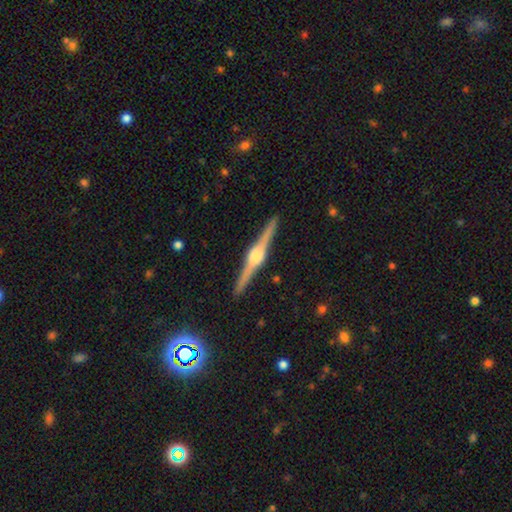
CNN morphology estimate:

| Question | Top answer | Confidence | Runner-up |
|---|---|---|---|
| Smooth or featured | featured or disk | 88% | smooth (7%) |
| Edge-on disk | yes | 99% | no (1%) |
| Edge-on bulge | rounded | 87% | boxy (11%) |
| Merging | none | 92% | minor disturbance (5%) |